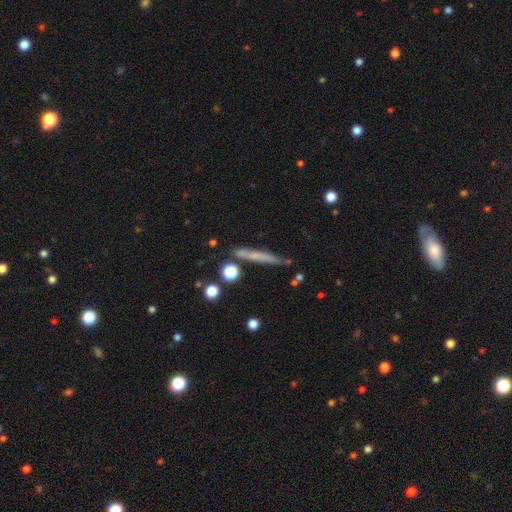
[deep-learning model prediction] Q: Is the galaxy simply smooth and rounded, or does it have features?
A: smooth — 49%.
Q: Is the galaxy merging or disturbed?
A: none — 78%.